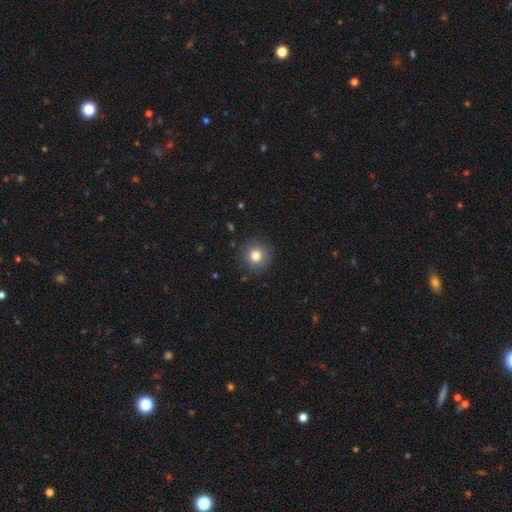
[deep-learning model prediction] smooth 80%, star or artifact 11%, featured or disk 9%. Down the decision tree: how rounded — round (94%); merging — none (89%).